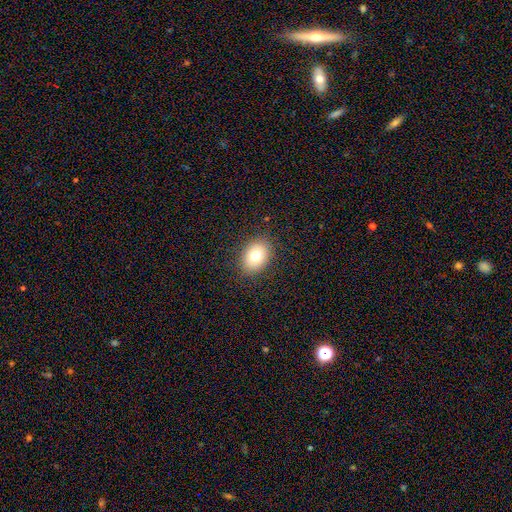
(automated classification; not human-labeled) Smooth or featured?
  - smooth: 76% *
  - featured or disk: 13%
  - star or artifact: 11%
How rounded?
  - in between: 62% *
  - round: 37%
  - cigar-shaped: 1%
Merging?
  - none: 87% *
  - minor disturbance: 9%
  - major disturbance: 3%
  - merger: 1%